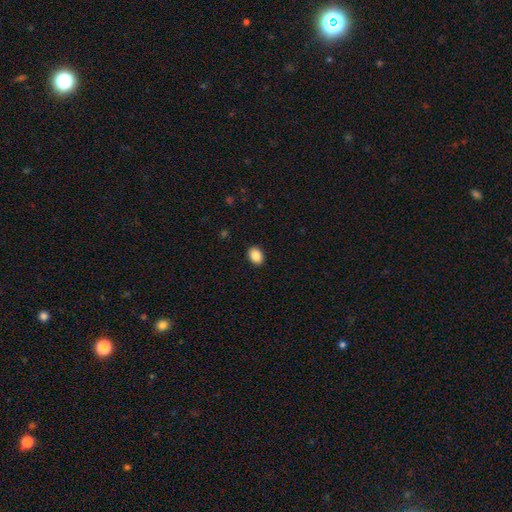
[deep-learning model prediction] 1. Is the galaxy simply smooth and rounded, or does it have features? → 88% smooth, 8% star or artifact, 4% featured or disk.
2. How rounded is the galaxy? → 69% in between, 30% round, 1% cigar-shaped.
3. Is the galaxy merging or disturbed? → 90% none, 7% minor disturbance, 2% major disturbance, 1% merger.